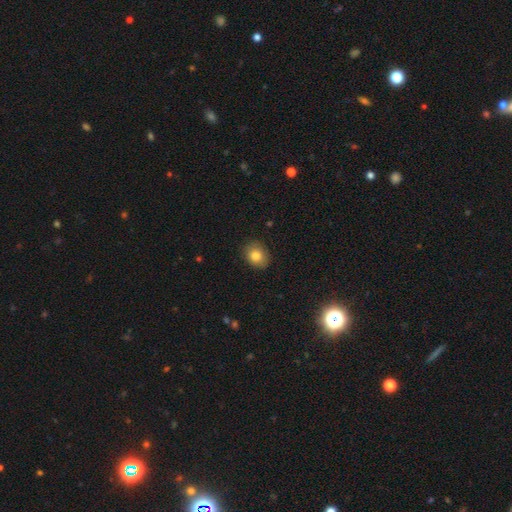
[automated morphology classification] Q: Smooth or featured?
A: smooth (83%); runner-up: star or artifact (9%)
Q: How rounded?
A: round (51%); runner-up: in between (48%)
Q: Merging?
A: none (85%); runner-up: minor disturbance (12%)